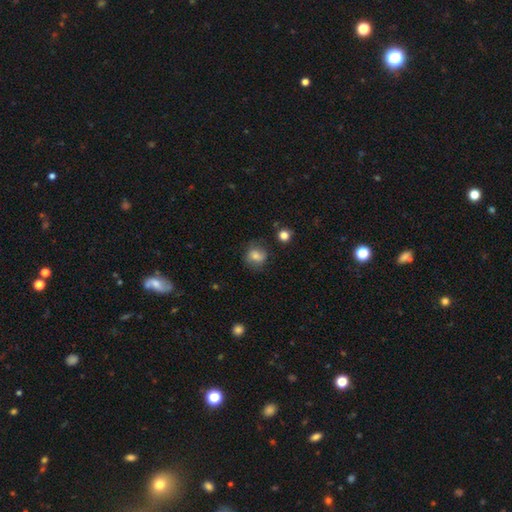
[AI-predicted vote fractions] A smooth galaxy with no disk features (72%) that is round (73%).

Vote fractions:
- Smooth or featured? smooth: 72% / featured or disk: 18% / star or artifact: 11%
- How rounded? round: 73% / in between: 26% / cigar-shaped: 1%
- Merging? none: 71% / minor disturbance: 19% / major disturbance: 7% / merger: 3%